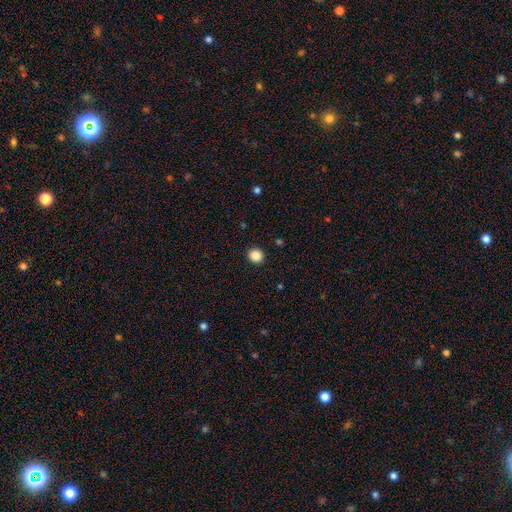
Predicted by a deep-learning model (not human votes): This appears to be a smooth galaxy with no disk features (87%) that is round (87%). Merging: none (92%).